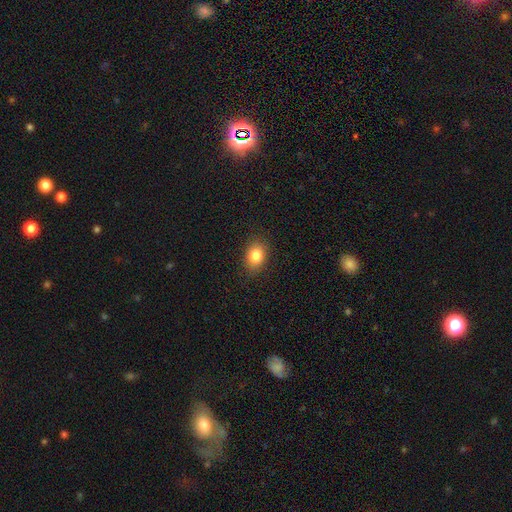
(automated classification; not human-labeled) Smooth or featured?
  - smooth: 83% *
  - star or artifact: 10%
  - featured or disk: 7%
How rounded?
  - in between: 67% *
  - round: 32%
  - cigar-shaped: 1%
Merging?
  - none: 87% *
  - minor disturbance: 9%
  - major disturbance: 2%
  - merger: 1%